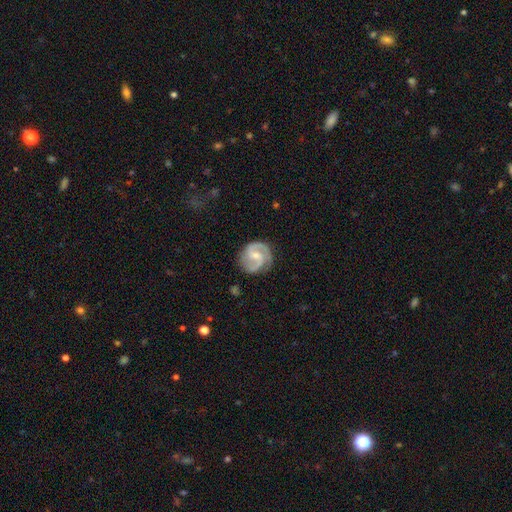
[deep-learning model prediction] Smooth or featured: featured or disk — 88% (smooth — 8%)
Edge-on disk: no — 98% (yes — 2%)
Bar: weak — 52% (no — 33%)
Spiral arms: yes — 97% (no — 3%)
Spiral winding: medium — 56% (tight — 30%)
Spiral arm count: 2 — 91% (can't tell — 3%)
Bulge size: small — 55% (moderate — 36%)
Merging: none — 79% (minor disturbance — 15%)